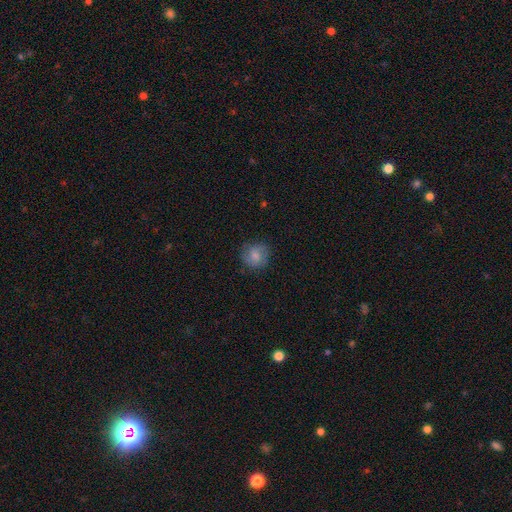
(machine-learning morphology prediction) A smooth galaxy with no disk features (74%) that is round (86%). Merging: none (78%).